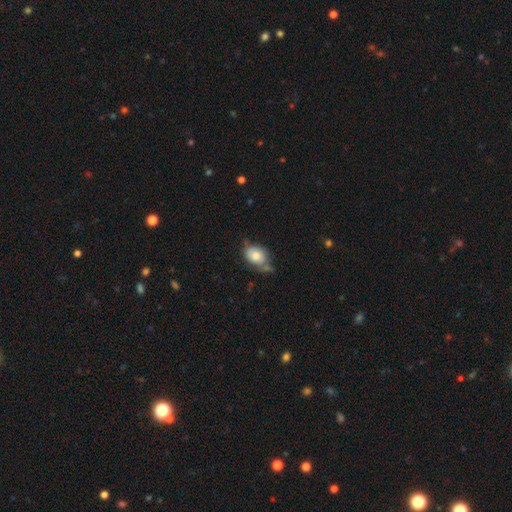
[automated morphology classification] Smooth or featured? smooth (72%)
How rounded? in between (75%)
Merging? none (44%)